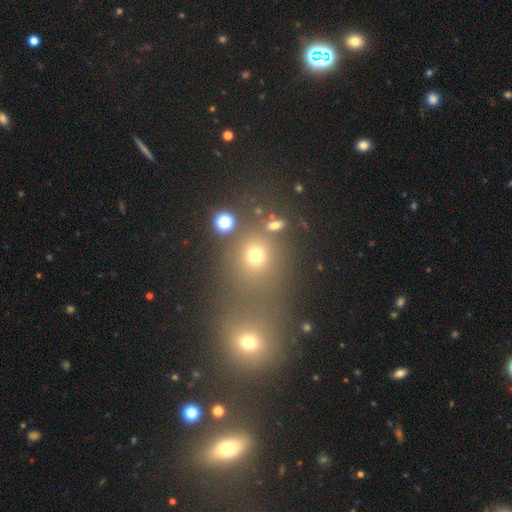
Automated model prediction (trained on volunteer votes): Smooth or featured? Predicted: smooth (p=0.69). How rounded? Predicted: round (p=0.82). Merging? Predicted: none (p=0.69).